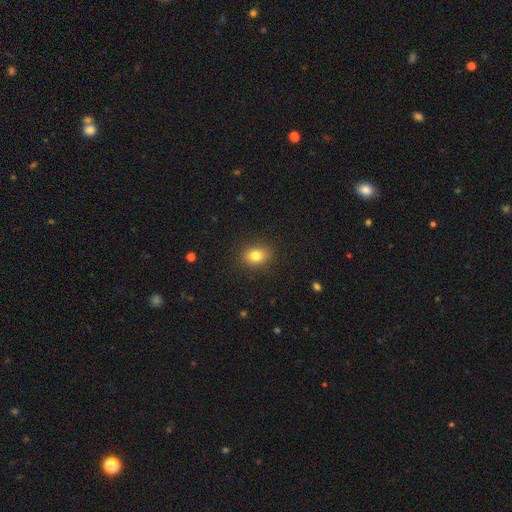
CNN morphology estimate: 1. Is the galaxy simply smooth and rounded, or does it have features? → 81% smooth, 11% star or artifact, 8% featured or disk.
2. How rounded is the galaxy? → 51% in between, 48% round, 1% cigar-shaped.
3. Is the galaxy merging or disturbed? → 89% none, 8% minor disturbance, 2% major disturbance, 1% merger.